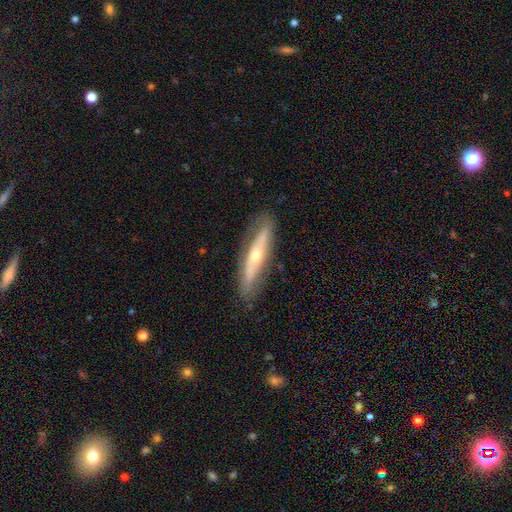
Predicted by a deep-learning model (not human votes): Smooth or featured?
  - featured or disk: 59% *
  - smooth: 35%
  - star or artifact: 6%
Edge-on disk?
  - yes: 68% *
  - no: 32%
Merging?
  - none: 80% *
  - minor disturbance: 14%
  - major disturbance: 4%
  - merger: 1%